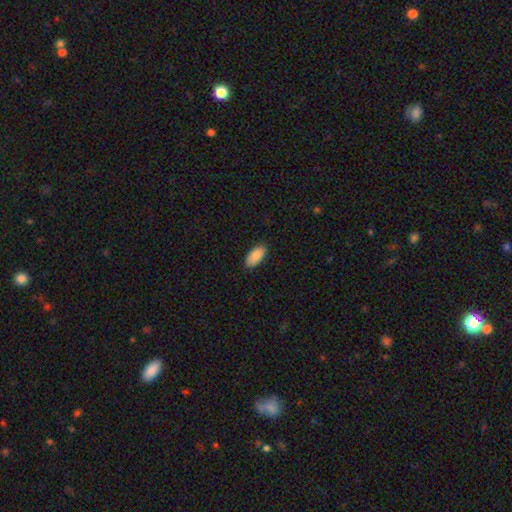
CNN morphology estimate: Smooth or featured? smooth (90%)
How rounded? in between (93%)
Merging? none (88%)